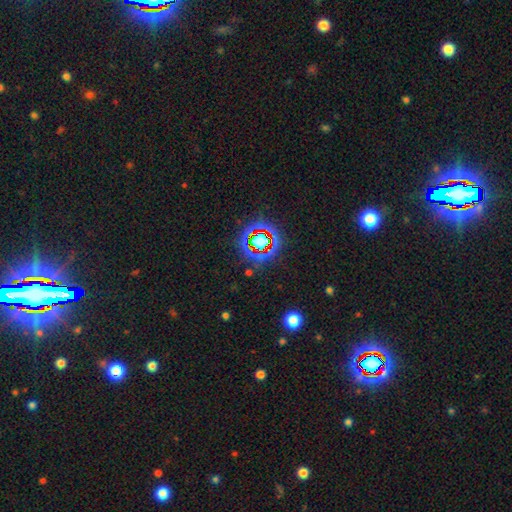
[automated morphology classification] This appears to be a star or artifact, not a galaxy (75%).